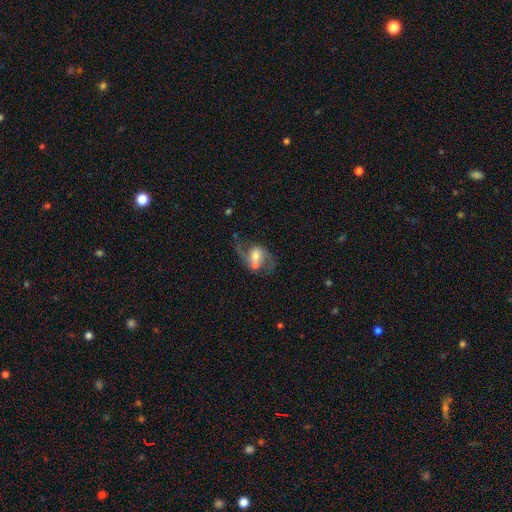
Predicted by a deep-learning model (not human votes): Smooth or featured? Predicted: featured or disk (p=0.72). Edge-on disk? Predicted: no (p=0.97). Bar? Predicted: no (p=0.55). Spiral arms? Predicted: yes (p=0.87). Spiral winding? Predicted: loose (p=0.57). Spiral arm count? Predicted: 2 (p=0.85). Bulge size? Predicted: moderate (p=0.58). Merging? Predicted: none (p=0.44).